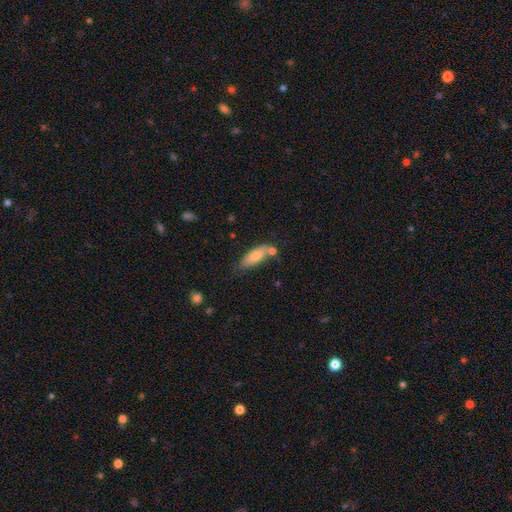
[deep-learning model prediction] Smooth or featured? smooth (75%)
How rounded? in between (64%)
Merging? none (59%)